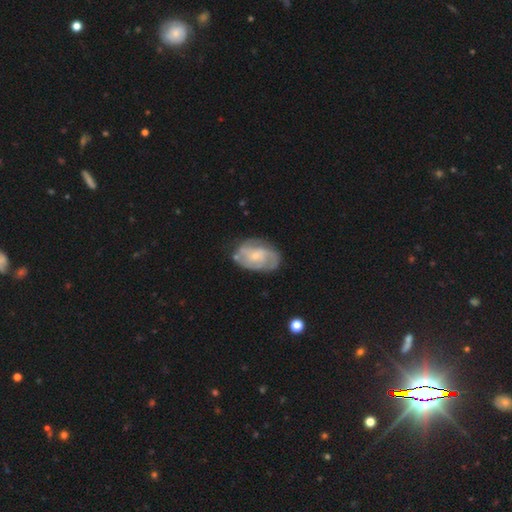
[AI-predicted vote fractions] Q: Smooth or featured?
A: featured or disk (76%); runner-up: smooth (18%)
Q: Edge-on disk?
A: no (97%); runner-up: yes (3%)
Q: Bar?
A: no (62%); runner-up: weak (32%)
Q: Spiral arms?
A: yes (89%); runner-up: no (11%)
Q: Spiral winding?
A: tight (43%); runner-up: medium (41%)
Q: Spiral arm count?
A: 2 (34%); runner-up: can't tell (30%)
Q: Bulge size?
A: small (70%); runner-up: moderate (24%)
Q: Merging?
A: none (68%); runner-up: minor disturbance (21%)